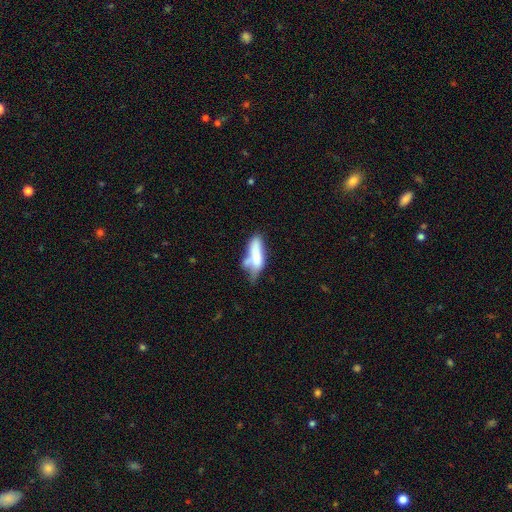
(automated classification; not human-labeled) Overall: smooth (62%; featured or disk 30%). How rounded: in between (52%; cigar-shaped 46%). Merging: merger (37%; none 24%).